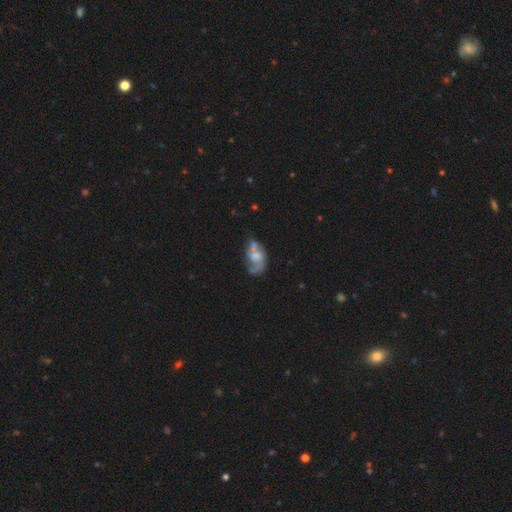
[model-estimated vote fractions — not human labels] featured or disk 61%, smooth 31%, star or artifact 8%. Down the decision tree: edge-on disk — no (96%); bar — no (68%); spiral arms — yes (65%); bulge size — moderate (38%); merging — none (38%).